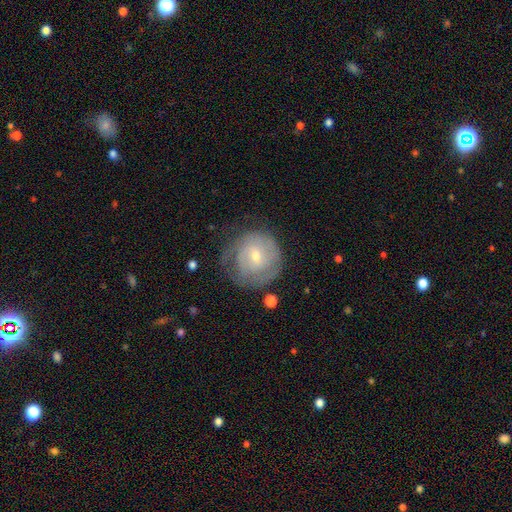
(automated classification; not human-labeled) This appears to be a featured or disk galaxy (62%) with no bar (55%), spiral arms (79%) and a small central bulge (63%). Merging: none (61%).